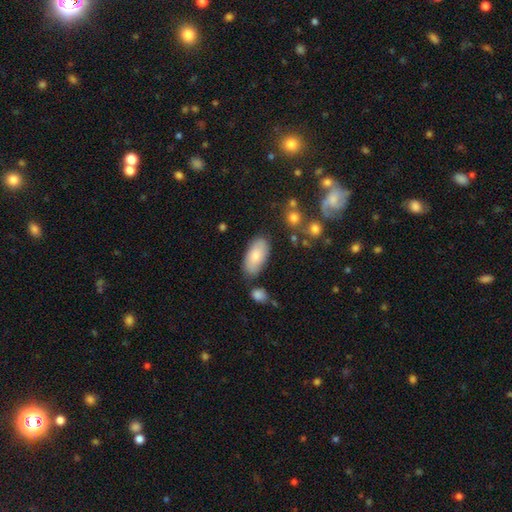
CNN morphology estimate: This is likely a smooth galaxy (79%). How rounded: clearly in between (93%). Merging: likely none (77%).